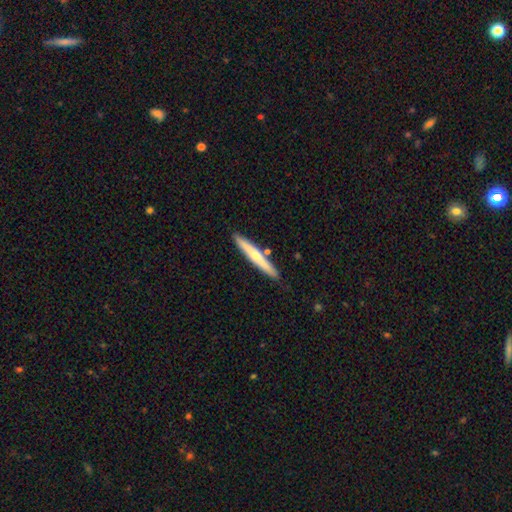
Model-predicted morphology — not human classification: smooth_or_featured: smooth (p=0.49) [alt: featured or disk p=0.46]
merging: none (p=0.85) [alt: minor disturbance p=0.09]